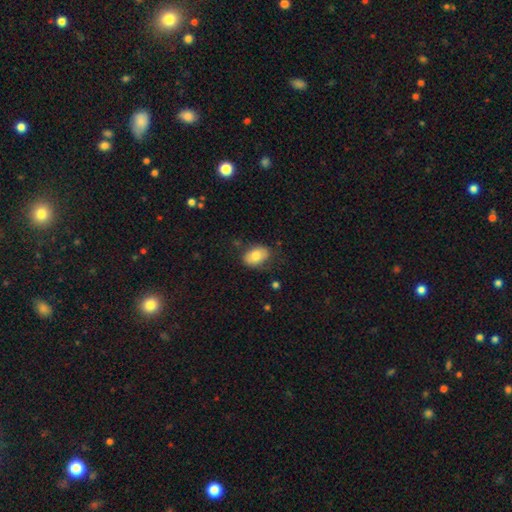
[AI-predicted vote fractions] smooth 80%, featured or disk 13%, star or artifact 7%. Down the decision tree: how rounded — in between (85%); merging — none (73%).